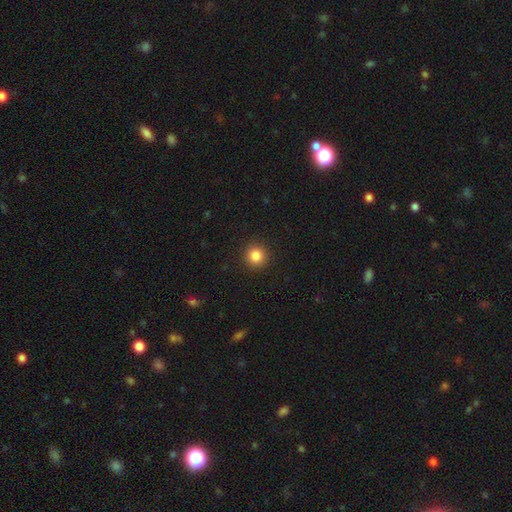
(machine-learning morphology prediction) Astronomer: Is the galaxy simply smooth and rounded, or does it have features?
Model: smooth — 85%.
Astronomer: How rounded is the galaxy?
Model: round — 94%.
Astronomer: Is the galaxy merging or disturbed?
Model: none — 92%.